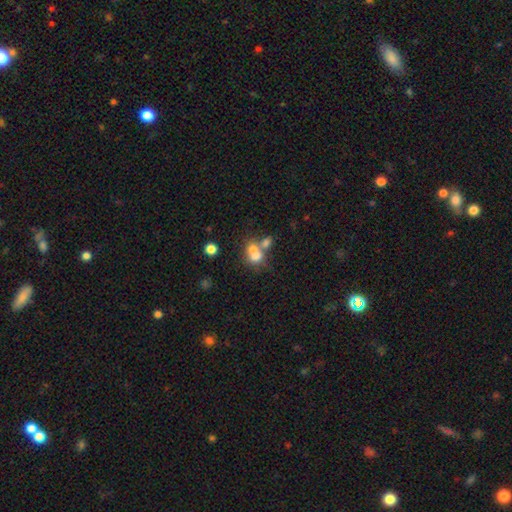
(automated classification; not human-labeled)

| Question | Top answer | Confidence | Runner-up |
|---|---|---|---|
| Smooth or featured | smooth | 64% | featured or disk (22%) |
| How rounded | round | 50% | in between (49%) |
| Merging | merger | 62% | none (23%) |